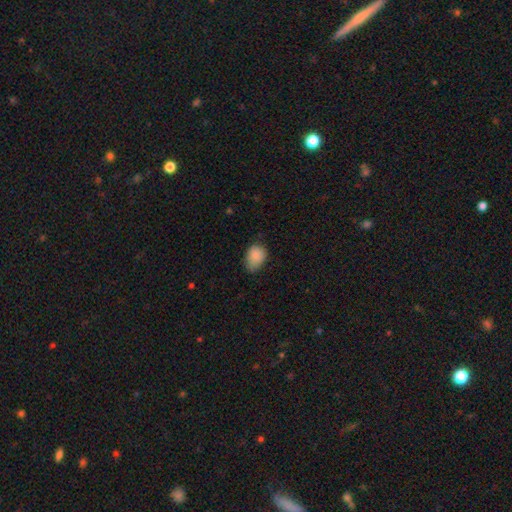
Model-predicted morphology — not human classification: Smooth or featured? smooth (86%)
How rounded? in between (74%)
Merging? none (53%)